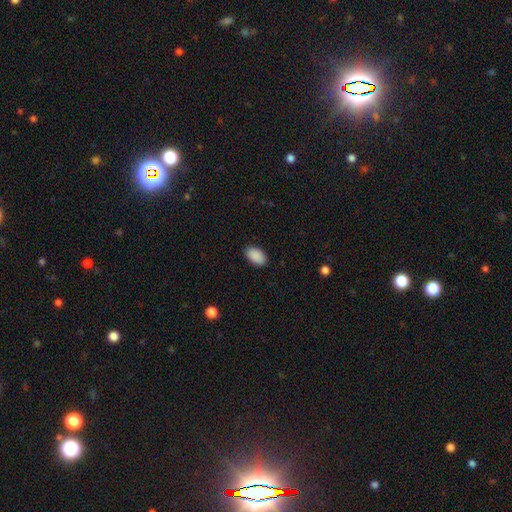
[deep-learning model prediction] A smooth galaxy with no disk features (91%) that is in between round and cigar-shaped (93%). Merging: none (88%).